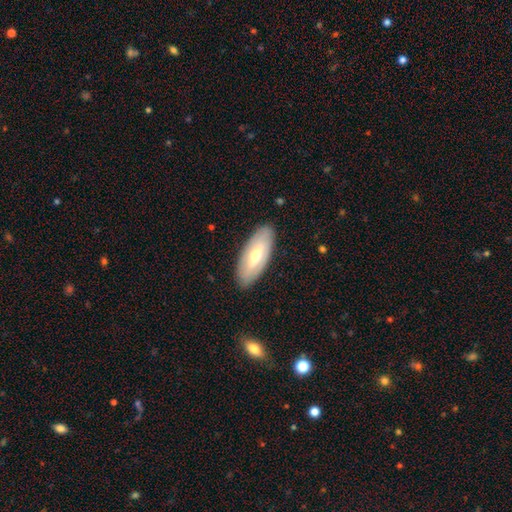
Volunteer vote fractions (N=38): This is possibly a smooth galaxy (58%). How rounded: likely in between (68%). Merging: clearly none (87%).